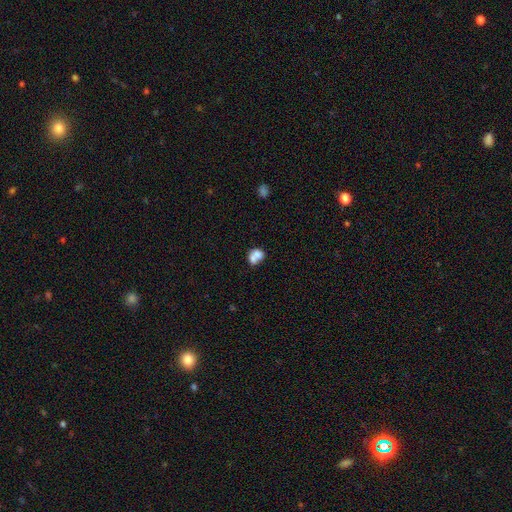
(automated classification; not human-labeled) A smooth galaxy with no disk features (70%) that is round (50%). Merging: merger (61%).